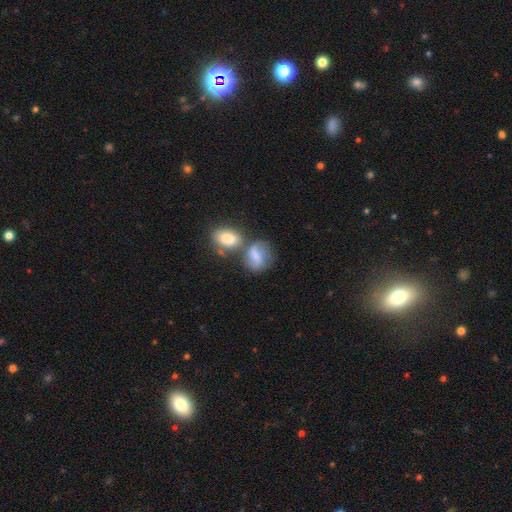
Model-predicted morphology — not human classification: Smooth or featured: smooth — 59% (featured or disk — 31%)
How rounded: in between — 60% (round — 37%)
Merging: none — 39% (merger — 35%)